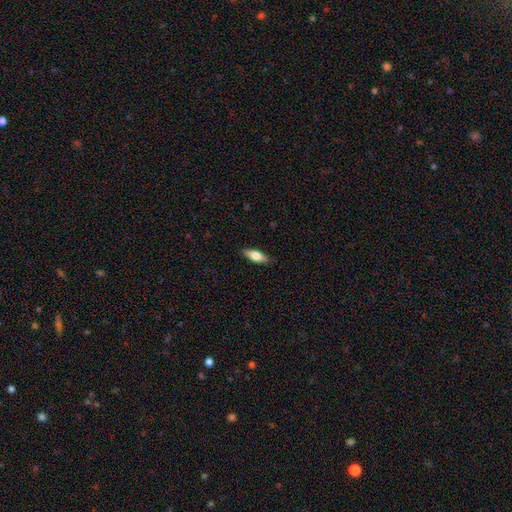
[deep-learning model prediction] A smooth galaxy with no disk features (69%) that is in between round and cigar-shaped (63%). Merging: none (88%).